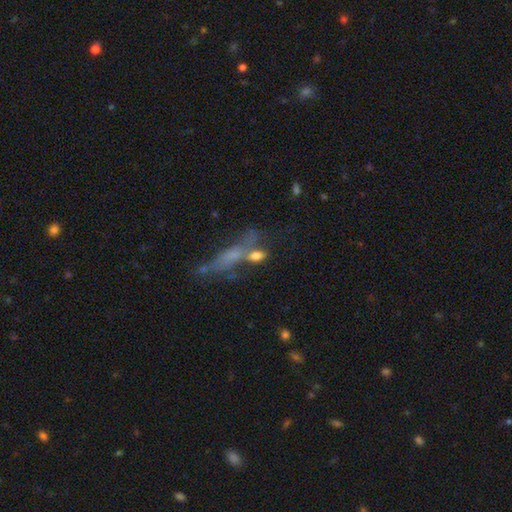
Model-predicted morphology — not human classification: smooth_or_featured: smooth (p=0.65) [alt: featured or disk p=0.22]
how_rounded: in between (p=0.66) [alt: cigar-shaped p=0.21]
merging: merger (p=0.36) [alt: none p=0.34]